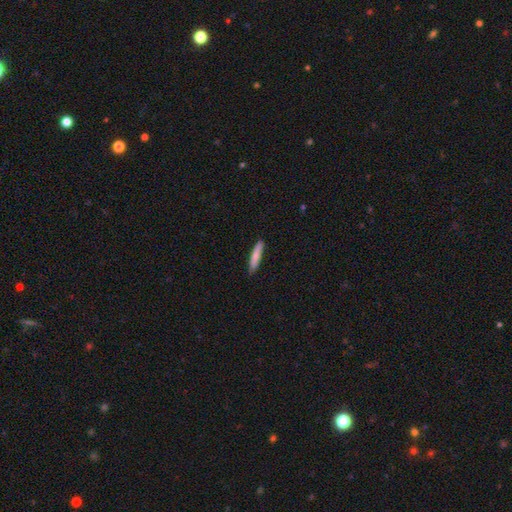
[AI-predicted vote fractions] This appears to be a smooth galaxy with no disk features (79%) that is cigar-shaped (90%). Merging: none (86%).